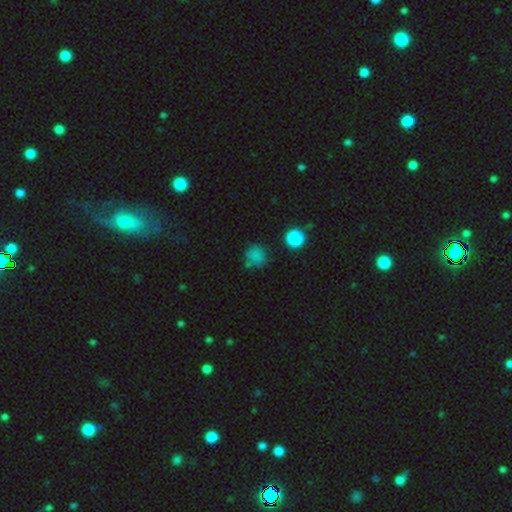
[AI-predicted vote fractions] The model was most divided on "smooth or featured": smooth: 77%, star or artifact: 18%, featured or disk: 6%. More confident: how rounded — round (90%); merging — none (74%).